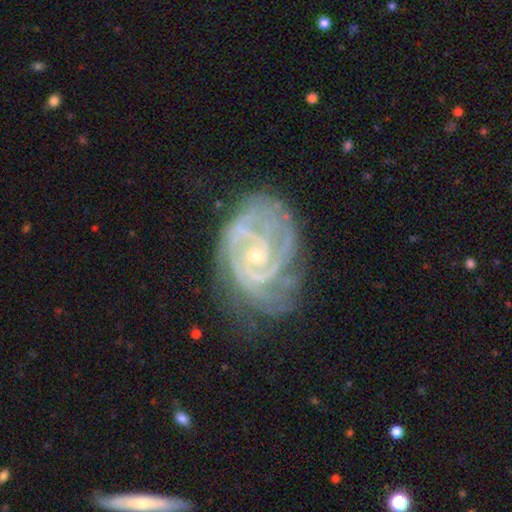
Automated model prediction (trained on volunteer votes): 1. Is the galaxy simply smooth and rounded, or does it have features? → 89% featured or disk, 6% star or artifact, 5% smooth.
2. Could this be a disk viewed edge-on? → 97% no, 3% yes.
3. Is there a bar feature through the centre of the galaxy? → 67% no, 26% weak, 7% strong.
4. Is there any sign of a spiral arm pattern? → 97% yes, 3% no.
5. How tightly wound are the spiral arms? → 69% tight, 27% medium, 5% loose.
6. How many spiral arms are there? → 35% 2, 22% 3, 22% can't tell, 9% 4, 6% 1, 6% more than 4.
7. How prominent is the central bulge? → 78% small, 19% moderate, 1% none, 1% large, 1% dominant.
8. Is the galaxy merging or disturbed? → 58% none, 26% minor disturbance, 14% major disturbance, 2% merger.